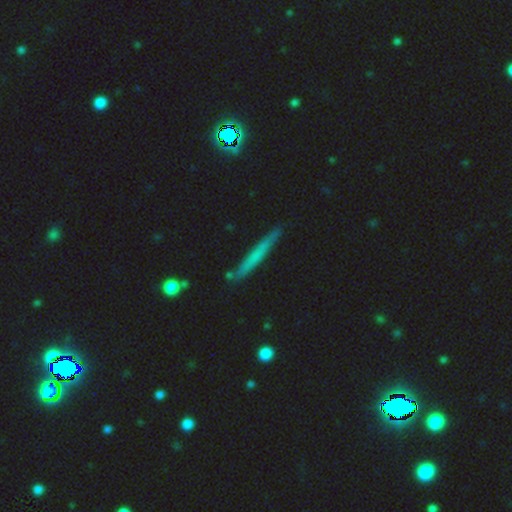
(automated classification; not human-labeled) Smooth or featured? Predicted: smooth (p=0.54). How rounded? Predicted: cigar-shaped (p=0.94). Merging? Predicted: none (p=0.86).